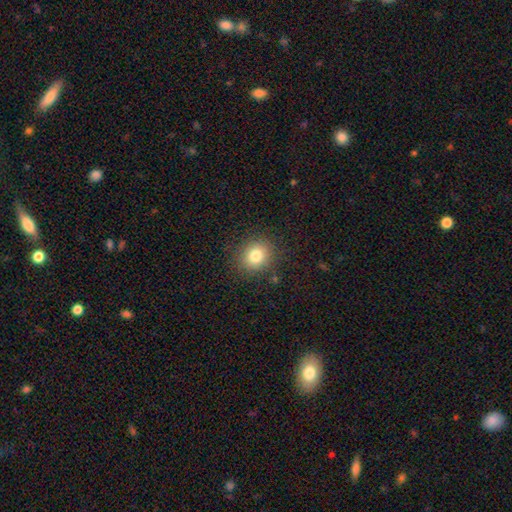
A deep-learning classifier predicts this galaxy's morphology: Smooth or featured: smooth — 80% (star or artifact — 12%)
How rounded: round — 76% (in between — 23%)
Merging: none — 87% (minor disturbance — 9%)